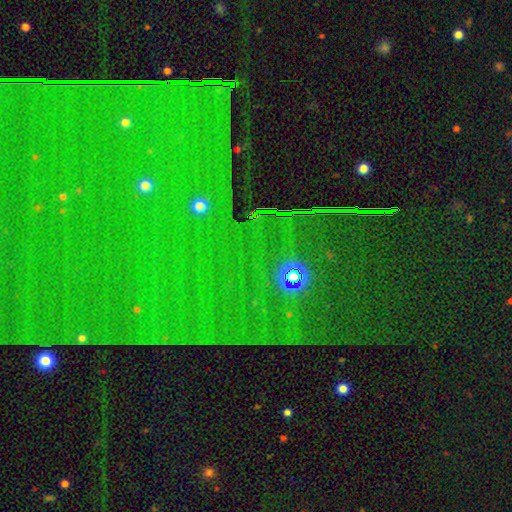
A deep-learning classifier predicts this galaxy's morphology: Smooth or featured: star or artifact — 83% (smooth — 9%)